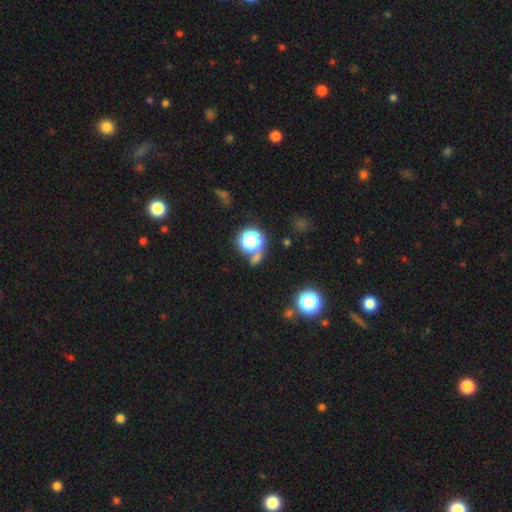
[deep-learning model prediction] This is possibly a smooth galaxy (50%). How rounded: clearly round (84%). Merging: likely none (65%).